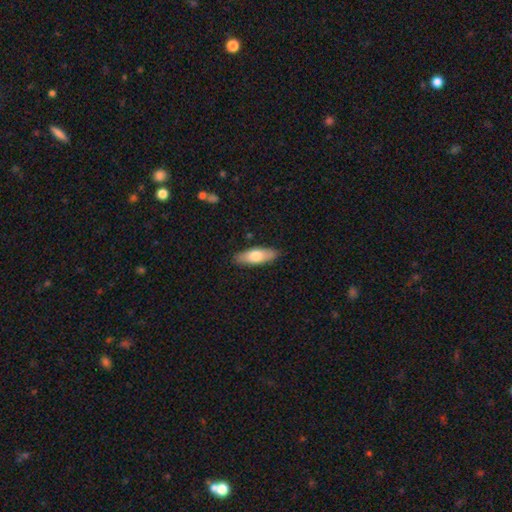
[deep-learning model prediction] Smooth or featured? Predicted: smooth (p=0.71). How rounded? Predicted: in between (p=0.61). Merging? Predicted: none (p=0.88).